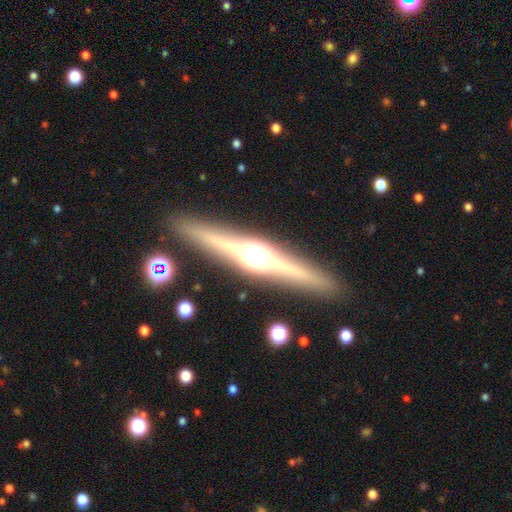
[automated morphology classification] The model was most divided on "smooth or featured": featured or disk: 80%, smooth: 13%, star or artifact: 6%. More confident: edge-on disk — yes (98%); merging — none (89%); edge-on bulge — rounded (89%).